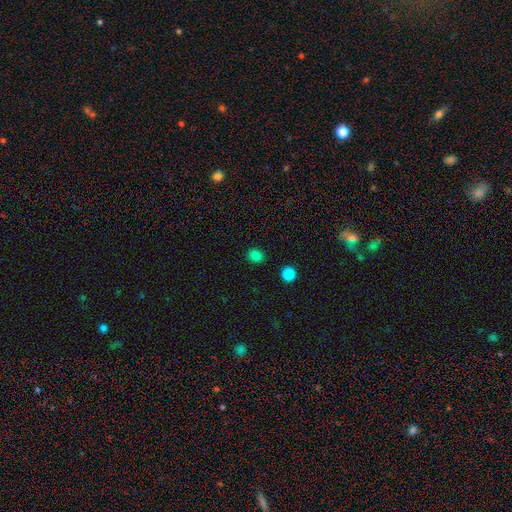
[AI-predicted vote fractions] Smooth or featured? smooth (83%)
How rounded? round (61%)
Merging? none (89%)